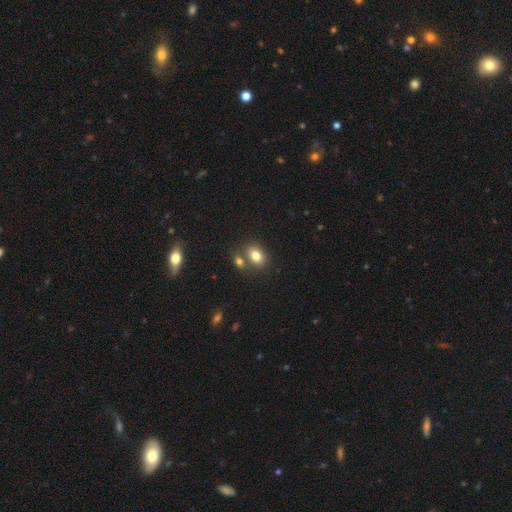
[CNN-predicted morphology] smooth 81%, star or artifact 10%, featured or disk 9%. Down the decision tree: how rounded — in between (68%); merging — none (56%).